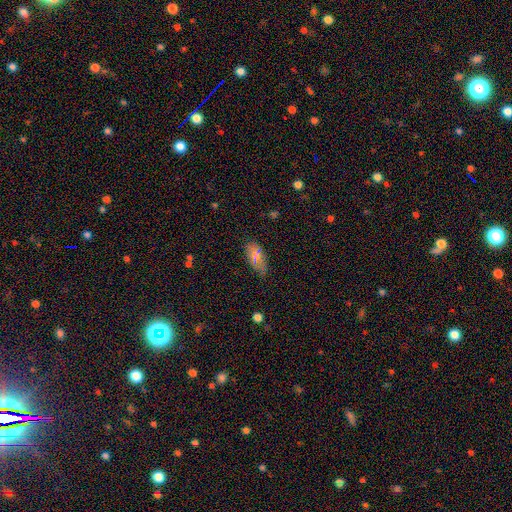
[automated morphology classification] smooth_or_featured: smooth (p=0.69) [alt: featured or disk p=0.16]
how_rounded: in between (p=0.89) [alt: cigar-shaped p=0.07]
merging: none (p=0.69) [alt: minor disturbance p=0.23]